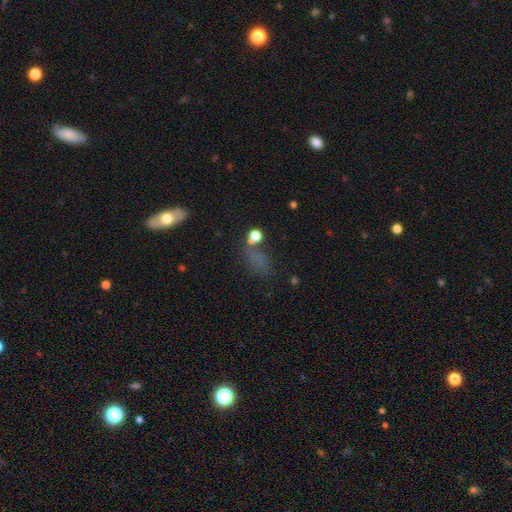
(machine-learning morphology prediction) A smooth galaxy with no disk features (53%) that is in between round and cigar-shaped (65%). Merging: none (58%).